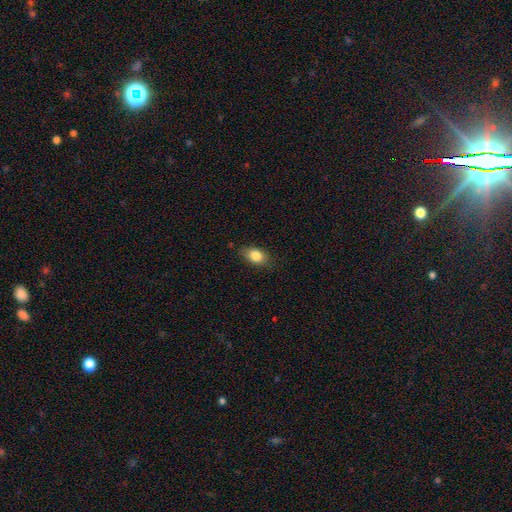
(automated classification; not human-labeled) smooth 84%, star or artifact 8%, featured or disk 8%. Down the decision tree: how rounded — in between (81%); merging — none (79%).